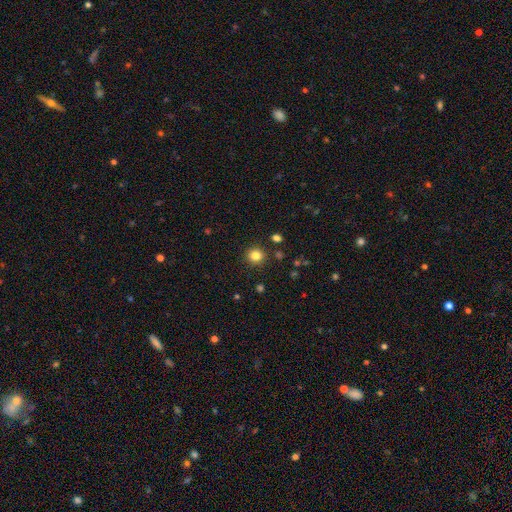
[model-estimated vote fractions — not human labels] The model was most divided on "smooth or featured": smooth: 83%, star or artifact: 12%, featured or disk: 5%. More confident: how rounded — round (91%); merging — none (90%).